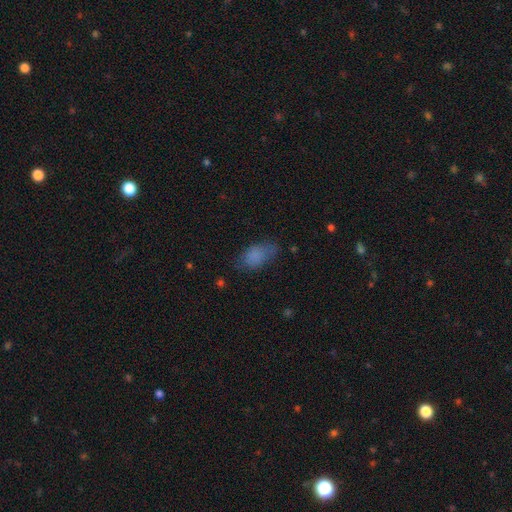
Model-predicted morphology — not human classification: The model was most divided on "merging": none: 60%, minor disturbance: 27%, major disturbance: 12%, merger: 2%. More confident: how rounded — in between (90%); smooth or featured — smooth (80%).